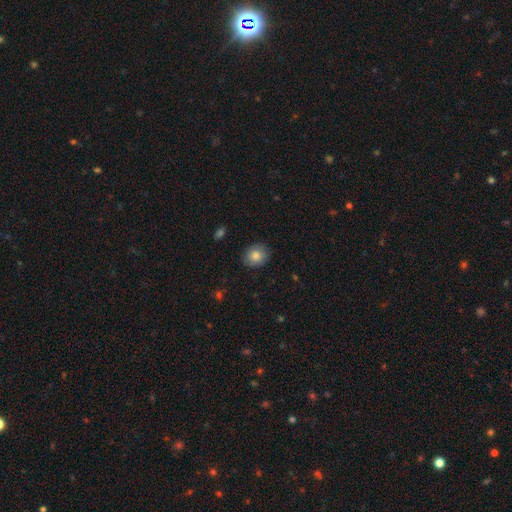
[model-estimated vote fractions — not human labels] Smooth or featured?
  - smooth: 83% *
  - featured or disk: 9%
  - star or artifact: 8%
How rounded?
  - round: 67% *
  - in between: 32%
  - cigar-shaped: 1%
Merging?
  - none: 87% *
  - minor disturbance: 10%
  - major disturbance: 2%
  - merger: 1%